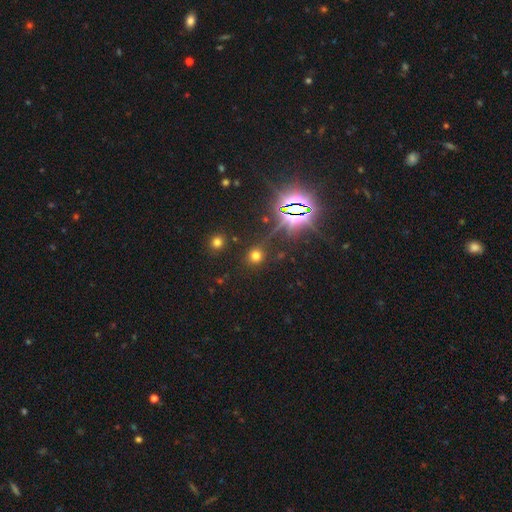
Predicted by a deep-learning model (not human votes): Morphology: type=smooth (61%); roundness=round (86%); merging=none (81%).